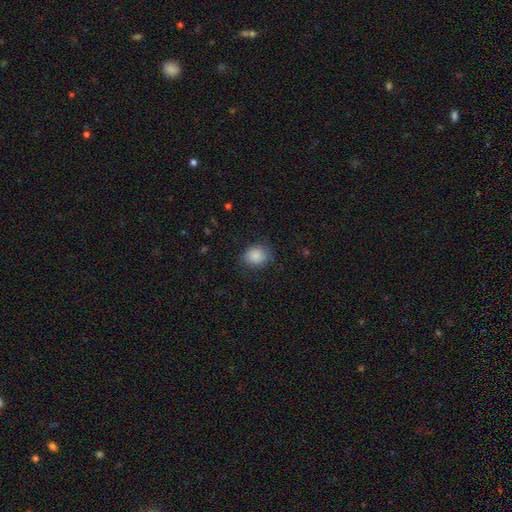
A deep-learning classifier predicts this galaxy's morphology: A smooth galaxy with no disk features (86%) that is round (58%). Merging: none (76%).